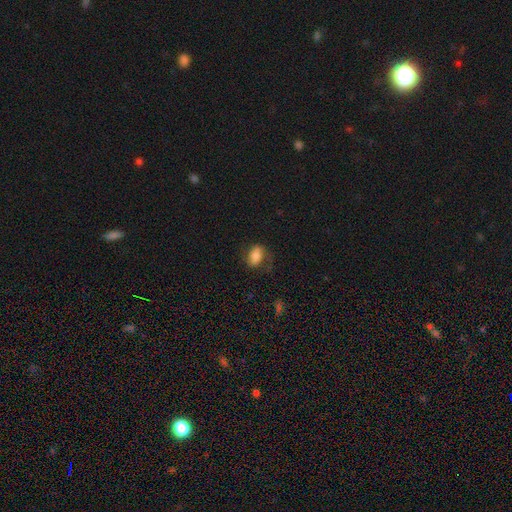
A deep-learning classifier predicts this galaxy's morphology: Overall: smooth (72%). How rounded: in between (85%). Merging: none (56%; minor disturbance 25%).